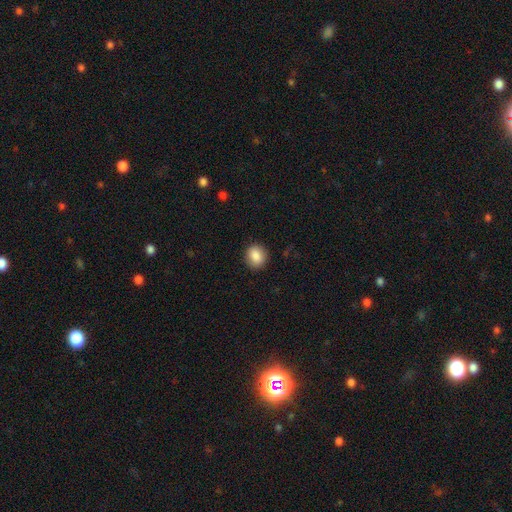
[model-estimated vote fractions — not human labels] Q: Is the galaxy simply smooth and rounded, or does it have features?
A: smooth — 87%.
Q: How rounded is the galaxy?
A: round — 70%.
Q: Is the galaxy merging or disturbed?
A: none — 89%.